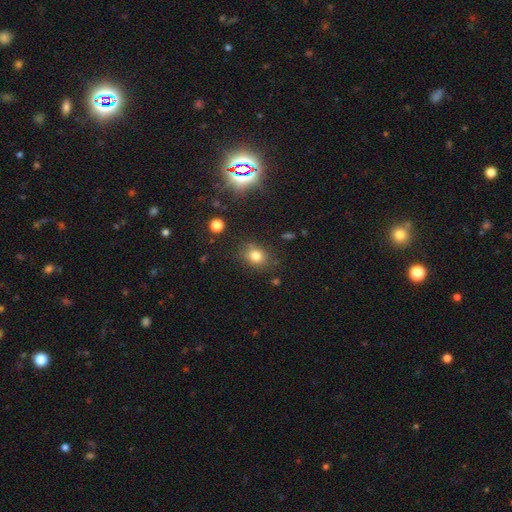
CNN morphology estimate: smooth-or-featured: smooth: 78% | star or artifact: 14% | featured or disk: 8%
  how-rounded: round: 56% | in between: 43% | cigar-shaped: 1%
  merging: none: 78% | minor disturbance: 14% | merger: 5% | major disturbance: 4%